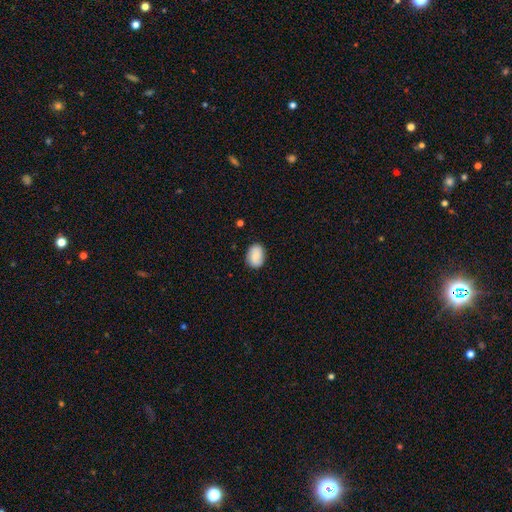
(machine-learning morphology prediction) type=smooth (83%); roundness=in between (72%); merging=none (85%).